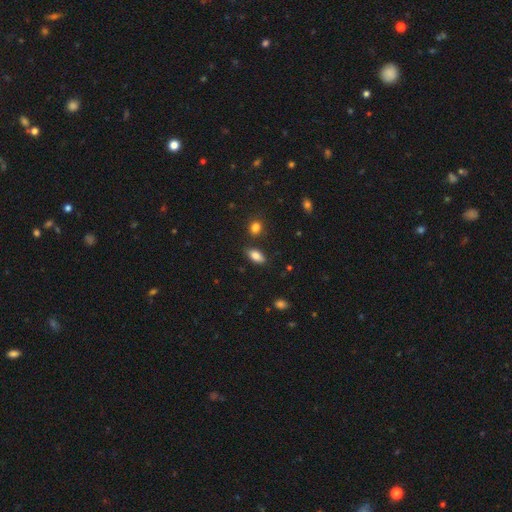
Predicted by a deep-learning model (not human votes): Smooth or featured?
  - smooth: 84% *
  - star or artifact: 9%
  - featured or disk: 8%
How rounded?
  - in between: 90% *
  - cigar-shaped: 6%
  - round: 4%
Merging?
  - none: 81% *
  - minor disturbance: 11%
  - merger: 5%
  - major disturbance: 3%